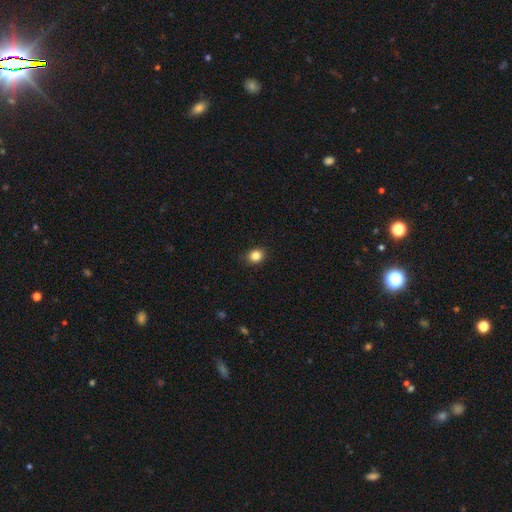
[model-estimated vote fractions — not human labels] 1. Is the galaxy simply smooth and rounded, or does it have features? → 85% smooth, 10% star or artifact, 5% featured or disk.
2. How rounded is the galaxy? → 67% round, 32% in between, 1% cigar-shaped.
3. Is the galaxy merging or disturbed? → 89% none, 8% minor disturbance, 2% major disturbance, 1% merger.